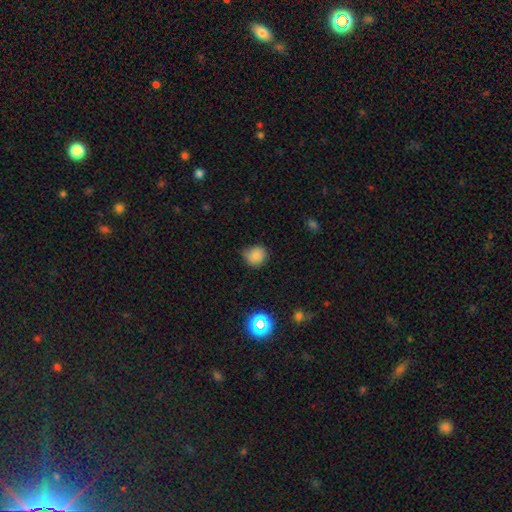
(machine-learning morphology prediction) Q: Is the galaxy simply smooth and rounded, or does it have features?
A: smooth — 82%.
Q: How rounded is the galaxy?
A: round — 84%.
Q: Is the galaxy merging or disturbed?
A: none — 71%.